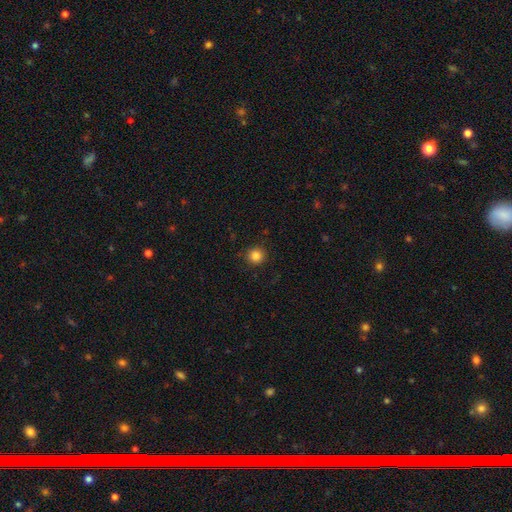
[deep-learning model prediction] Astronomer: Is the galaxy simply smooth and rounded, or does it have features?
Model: smooth — 84%.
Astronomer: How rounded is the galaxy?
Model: round — 94%.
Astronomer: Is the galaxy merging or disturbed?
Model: none — 91%.